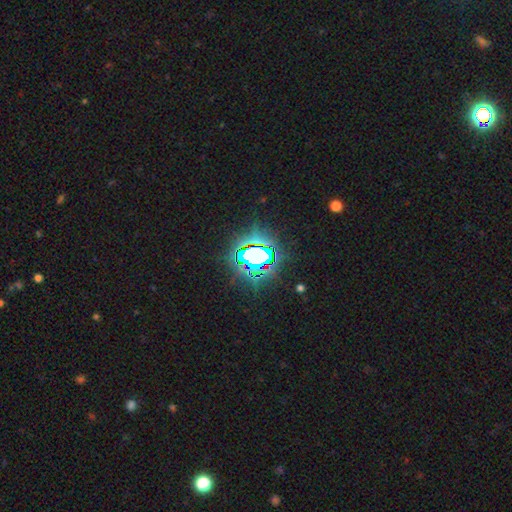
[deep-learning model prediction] Morphology: type=star or artifact (75%).